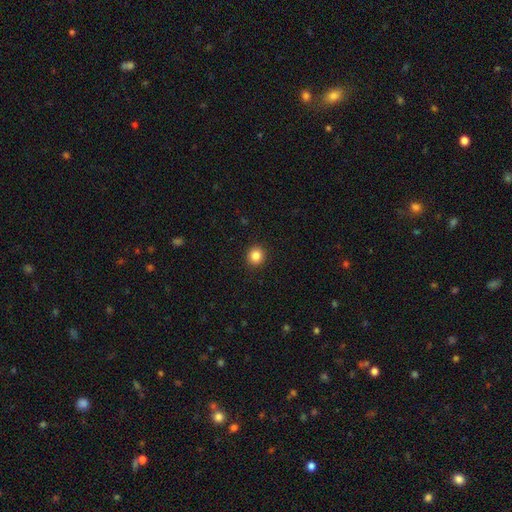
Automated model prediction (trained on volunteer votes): Smooth or featured?
  - smooth: 85% *
  - star or artifact: 11%
  - featured or disk: 4%
How rounded?
  - round: 90% *
  - in between: 9%
  - cigar-shaped: 1%
Merging?
  - none: 92% *
  - minor disturbance: 5%
  - major disturbance: 2%
  - merger: 1%